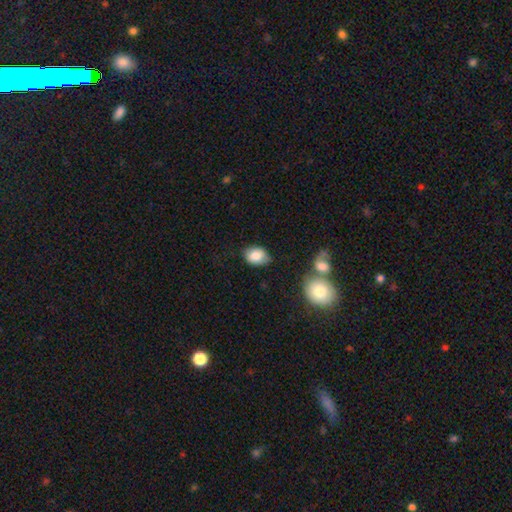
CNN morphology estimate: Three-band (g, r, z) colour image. It shows a smooth galaxy with no disk features (82%) that is in between round and cigar-shaped (73%). Merging: none (69%).